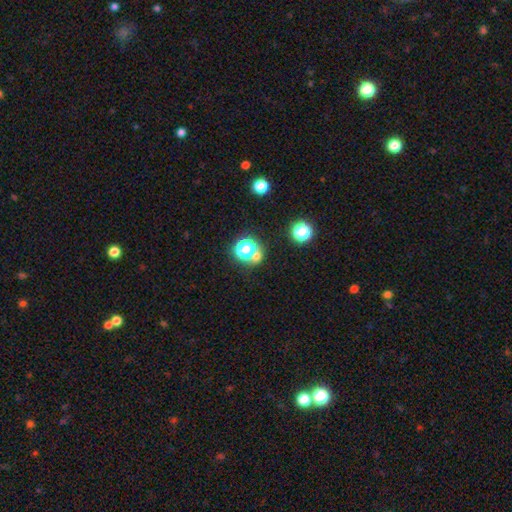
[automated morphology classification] This appears to be a smooth galaxy with no disk features (58%) that is round (83%). Merging: none (61%).